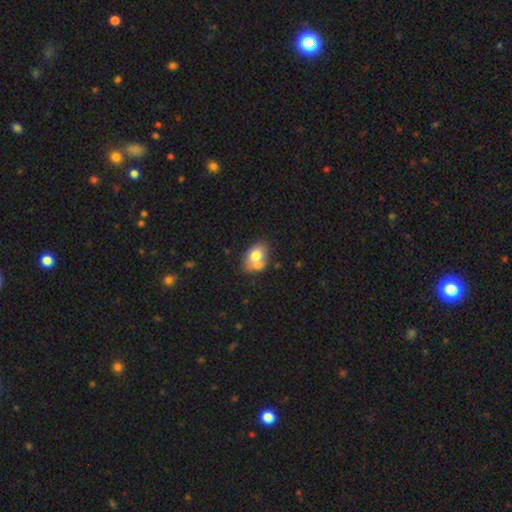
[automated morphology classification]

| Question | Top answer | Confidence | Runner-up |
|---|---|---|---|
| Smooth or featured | smooth | 70% | featured or disk (21%) |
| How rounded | in between | 76% | round (23%) |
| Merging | none | 41% | merger (38%) |